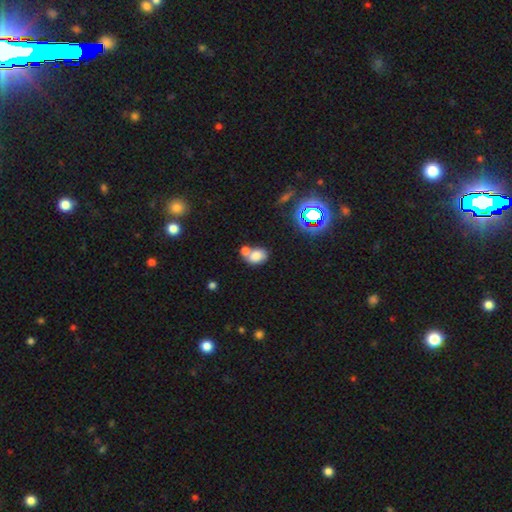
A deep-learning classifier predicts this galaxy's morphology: Smooth or featured: smooth — 76% (star or artifact — 13%)
How rounded: in between — 67% (round — 32%)
Merging: merger — 49% (none — 36%)